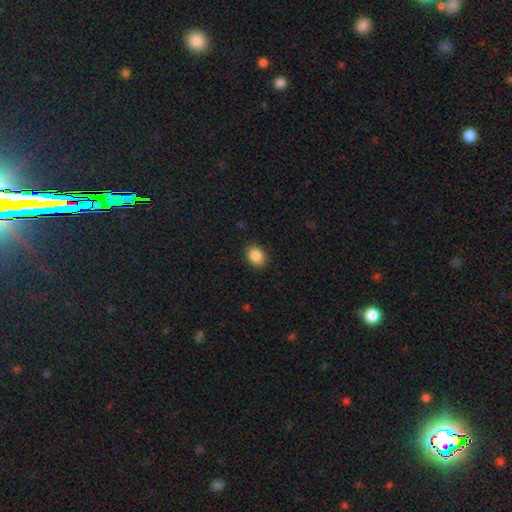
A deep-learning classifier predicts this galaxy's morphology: The model was most divided on "how rounded": in between: 60%, round: 39%, cigar-shaped: 1%. More confident: merging — none (89%); smooth or featured — smooth (88%).